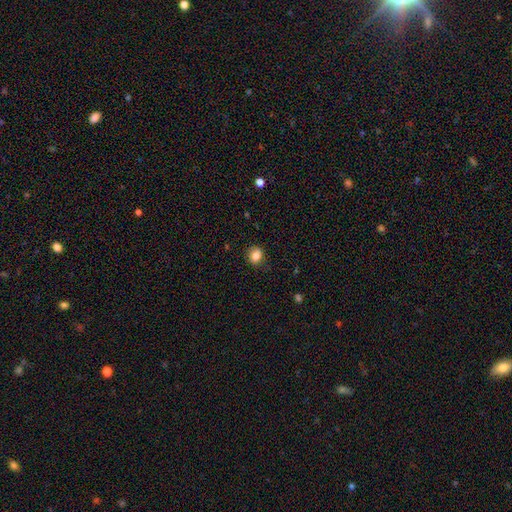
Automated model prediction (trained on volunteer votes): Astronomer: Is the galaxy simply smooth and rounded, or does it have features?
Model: smooth — 83%.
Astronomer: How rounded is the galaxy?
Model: round — 56% (runner-up: in between, 43%).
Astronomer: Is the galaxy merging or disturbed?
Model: none — 78%.